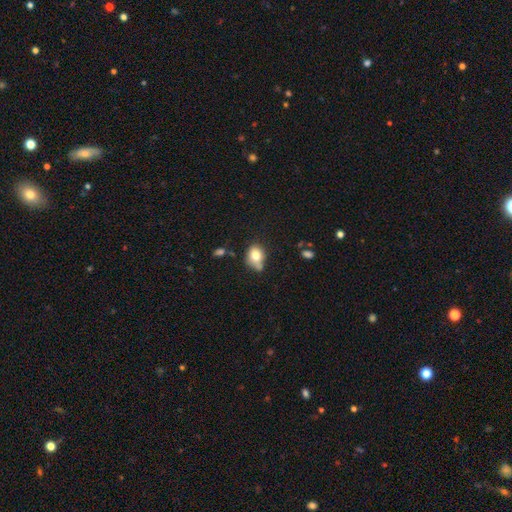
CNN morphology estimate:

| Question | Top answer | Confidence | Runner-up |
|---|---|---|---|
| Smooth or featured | smooth | 77% | featured or disk (13%) |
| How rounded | in between | 55% | round (44%) |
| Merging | none | 46% | minor disturbance (28%) |